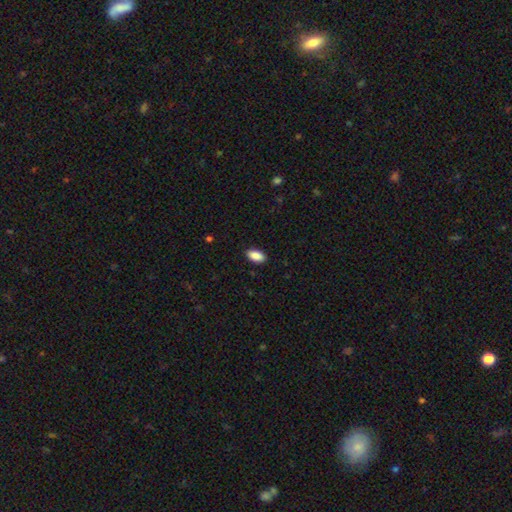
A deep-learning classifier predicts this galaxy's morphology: A smooth galaxy with no disk features (90%) that is in between round and cigar-shaped (94%).

Vote fractions:
- Smooth or featured? smooth: 90% / star or artifact: 7% / featured or disk: 3%
- How rounded? in between: 94% / cigar-shaped: 3% / round: 3%
- Merging? none: 89% / minor disturbance: 8% / major disturbance: 2% / merger: 1%